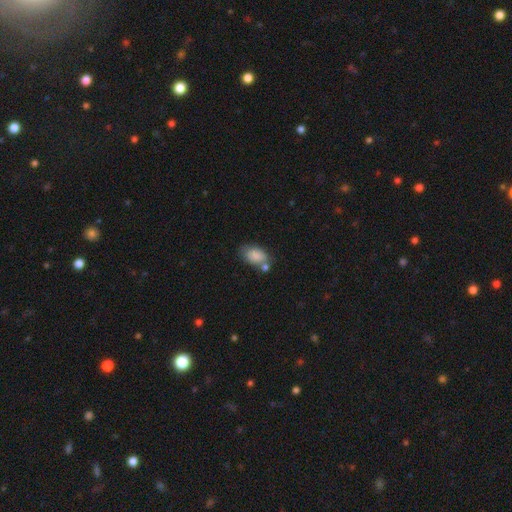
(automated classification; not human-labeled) Smooth or featured?
  - smooth: 85% *
  - star or artifact: 8%
  - featured or disk: 7%
How rounded?
  - in between: 88% *
  - round: 10%
  - cigar-shaped: 2%
Merging?
  - none: 56% *
  - minor disturbance: 19%
  - merger: 19%
  - major disturbance: 6%